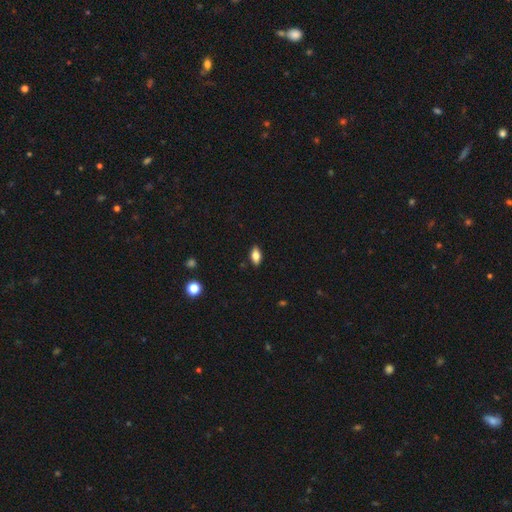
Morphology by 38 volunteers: type=smooth (63%); roundness=in between (75%); merging=none (92%).